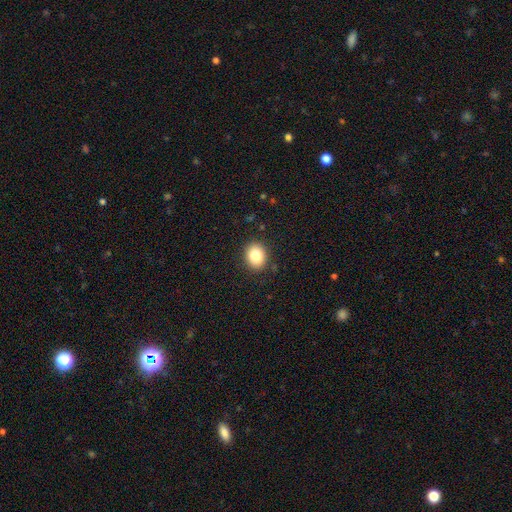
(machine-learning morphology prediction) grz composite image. It shows a smooth galaxy with no disk features (83%) that is round (53%). Merging: none (89%).